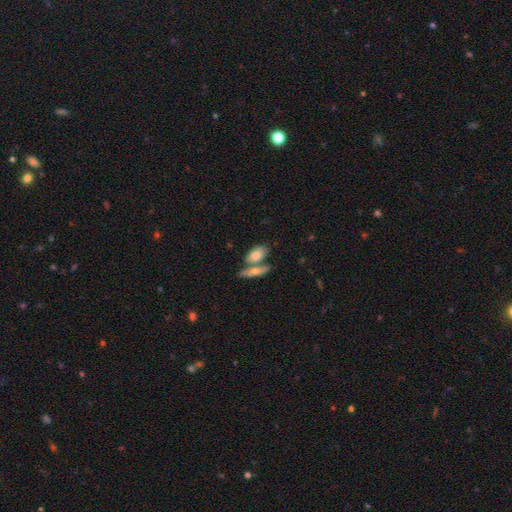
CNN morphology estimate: smooth_or_featured: smooth (p=0.70) [alt: featured or disk p=0.23]
how_rounded: in between (p=0.81) [alt: cigar-shaped p=0.14]
merging: none (p=0.43) [alt: merger p=0.42]